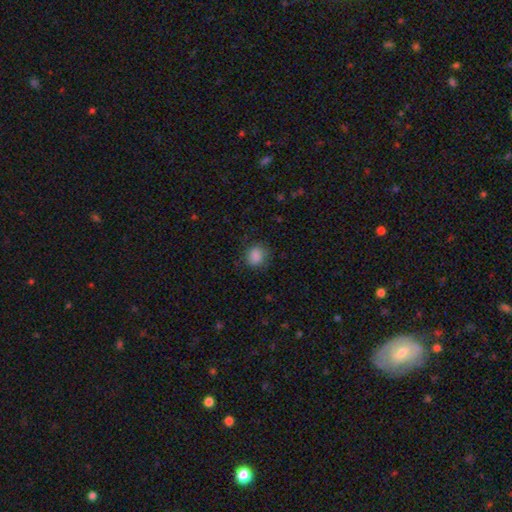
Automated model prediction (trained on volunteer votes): The model was most divided on "how rounded": round: 75%, in between: 24%, cigar-shaped: 1%. More confident: smooth or featured — smooth (87%); merging — none (79%).